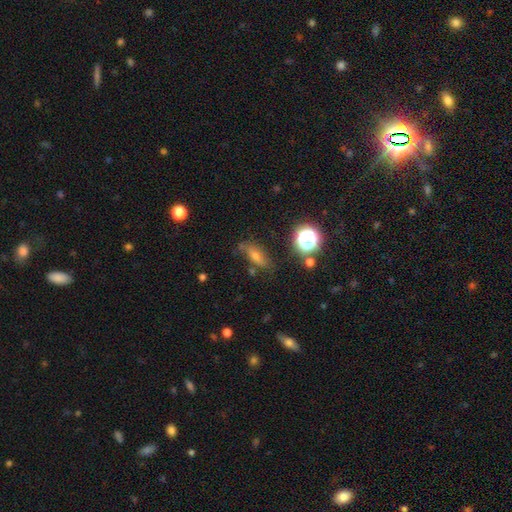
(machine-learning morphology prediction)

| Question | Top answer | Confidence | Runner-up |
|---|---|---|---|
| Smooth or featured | smooth | 49% | featured or disk (27%) |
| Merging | none | 66% | minor disturbance (22%) |